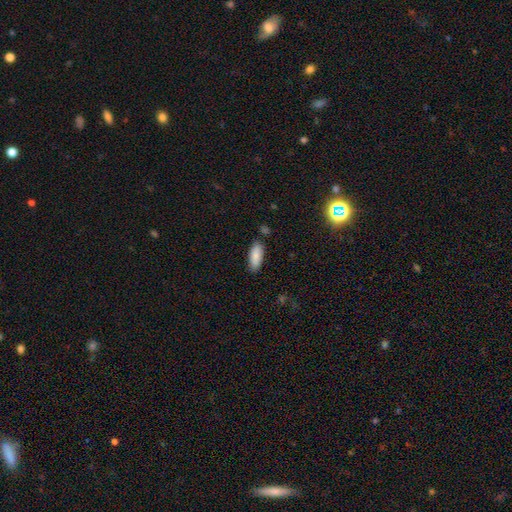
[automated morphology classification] This appears to be a smooth galaxy with no disk features (85%) that is in between round and cigar-shaped (79%). Merging: none (81%).